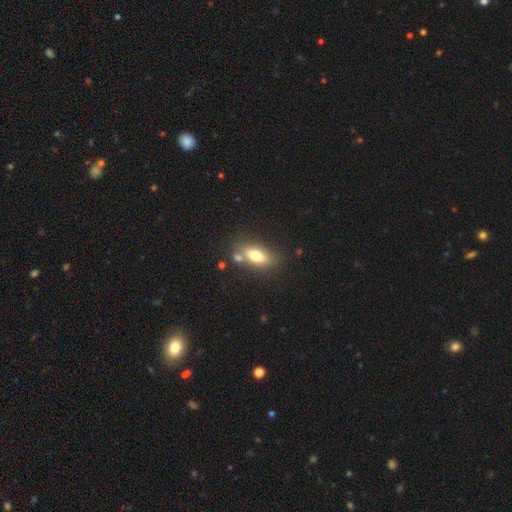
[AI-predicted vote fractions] Morphology: type=smooth (71%); roundness=in between (82%); merging=none (64%).